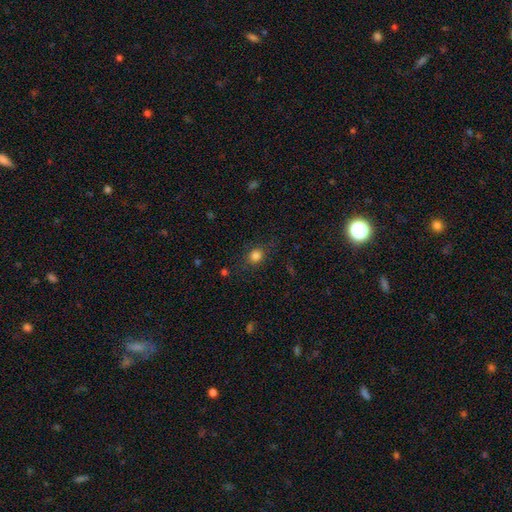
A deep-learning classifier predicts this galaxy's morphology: A smooth galaxy with no disk features (81%) that is round (72%). Merging: none (81%).